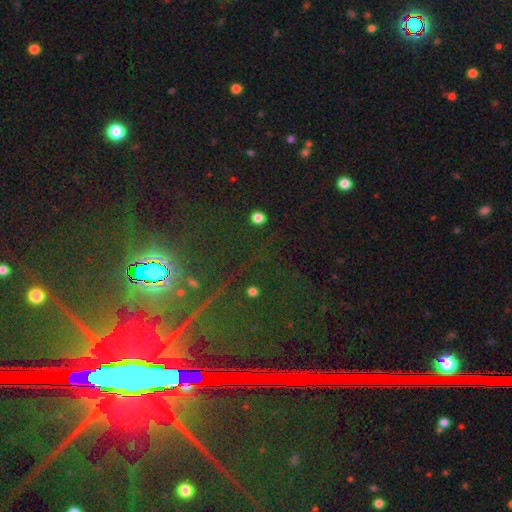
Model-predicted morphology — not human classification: star or artifact 81%, featured or disk 11%, smooth 9%.